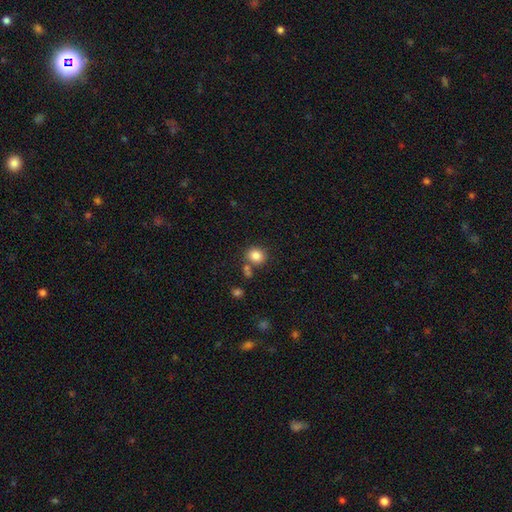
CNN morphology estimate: A smooth galaxy with no disk features (84%) that is round (81%).

Vote fractions:
- Smooth or featured? smooth: 84% / star or artifact: 11% / featured or disk: 5%
- How rounded? round: 81% / in between: 19% / cigar-shaped: 1%
- Merging? none: 75% / merger: 12% / minor disturbance: 10% / major disturbance: 3%